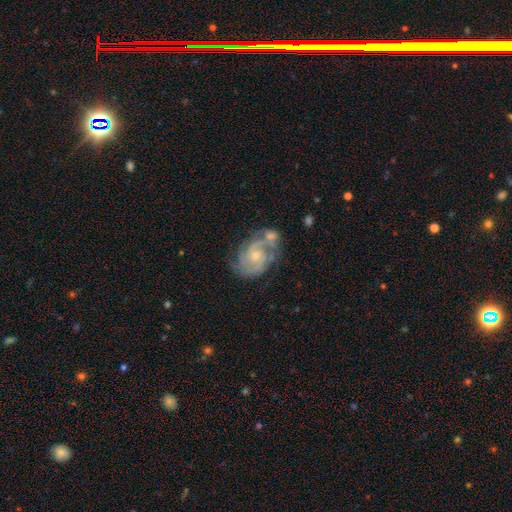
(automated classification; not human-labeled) Overall: featured or disk (86%). Edge-on disk: no (98%). Bar: no (63%; weak 32%). Spiral arms: yes (96%). Spiral arm count: 2 (65%). Spiral winding: tight (48%; medium 42%). Bulge size: small (56%; moderate 38%). Merging: none (46%; merger 25%).